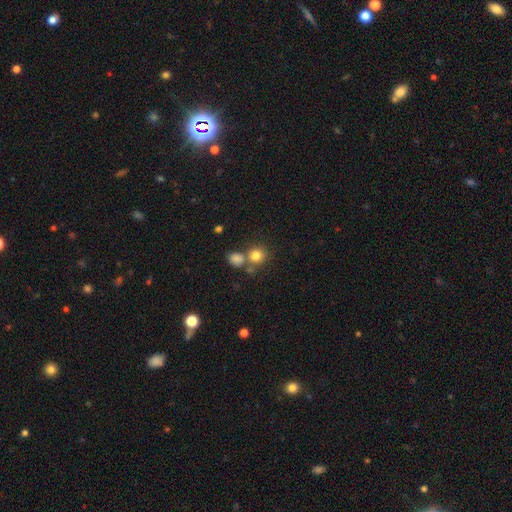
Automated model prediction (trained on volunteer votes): Smooth or featured: smooth — 81% (star or artifact — 12%)
How rounded: round — 84% (in between — 15%)
Merging: none — 58% (merger — 29%)